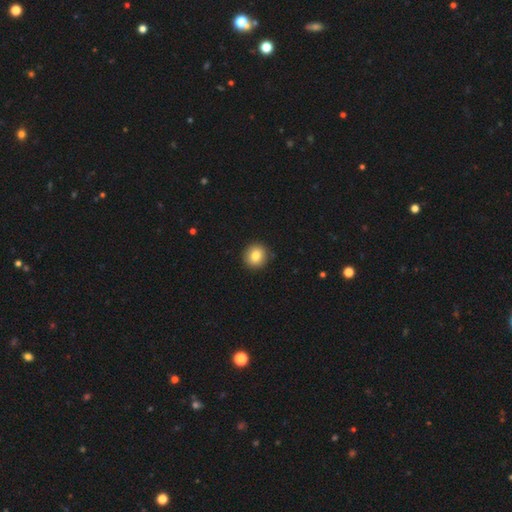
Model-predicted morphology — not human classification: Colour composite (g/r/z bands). It shows a smooth galaxy with no disk features (83%) that is round (92%). Merging: none (91%).